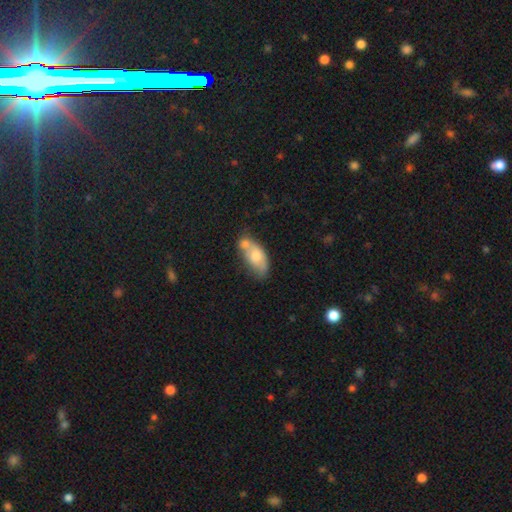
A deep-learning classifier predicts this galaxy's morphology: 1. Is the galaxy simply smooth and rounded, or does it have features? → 65% smooth, 28% featured or disk, 7% star or artifact.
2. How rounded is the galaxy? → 88% in between, 6% round, 6% cigar-shaped.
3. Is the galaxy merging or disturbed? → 43% merger, 32% none, 18% minor disturbance, 7% major disturbance.